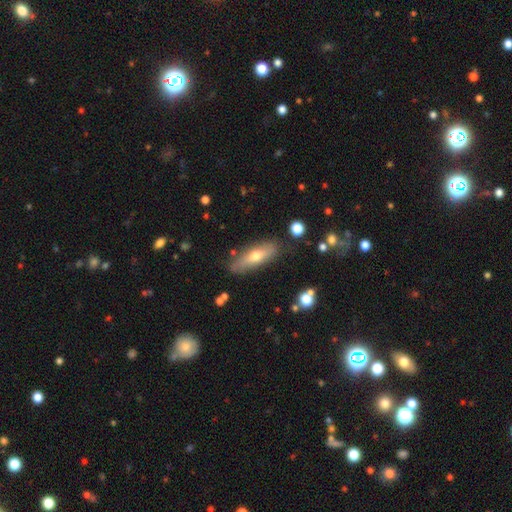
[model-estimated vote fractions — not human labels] smooth 55%, featured or disk 38%, star or artifact 7%. Down the decision tree: how rounded — cigar-shaped (55%); merging — none (81%).